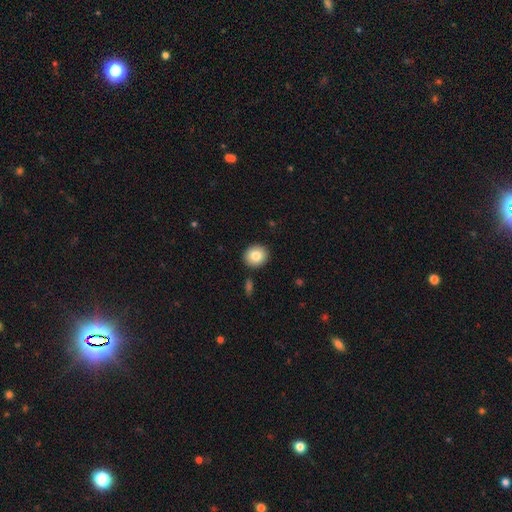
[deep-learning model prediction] A smooth galaxy with no disk features (82%) that is round (85%).

Vote fractions:
- Smooth or featured? smooth: 82% / featured or disk: 9% / star or artifact: 8%
- How rounded? round: 85% / in between: 14% / cigar-shaped: 1%
- Merging? none: 90% / minor disturbance: 6% / merger: 2% / major disturbance: 2%